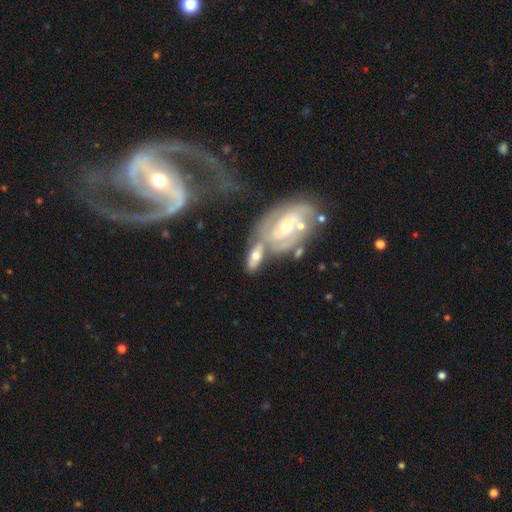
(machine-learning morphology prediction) type=featured or disk (55%); edge-on=no (84%); merging=merger (44%).